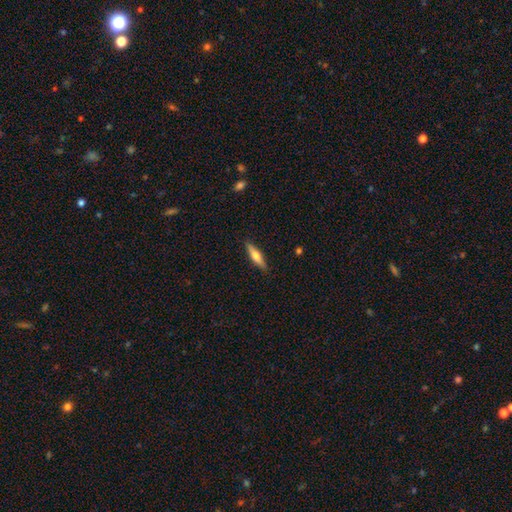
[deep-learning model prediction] smooth 54%, featured or disk 40%, star or artifact 6%. Down the decision tree: how rounded — cigar-shaped (73%); merging — none (89%).